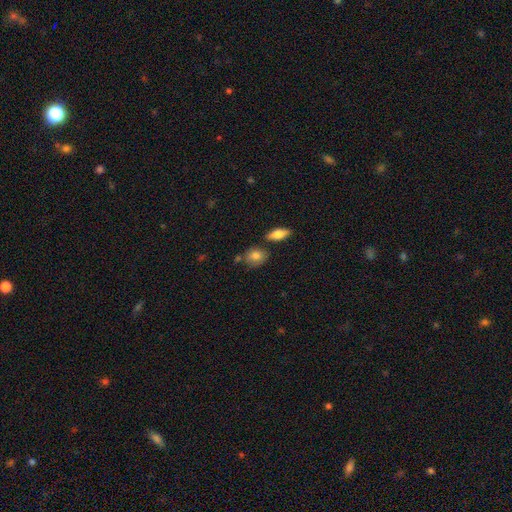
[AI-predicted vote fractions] Q: Smooth or featured?
A: smooth (79%); runner-up: featured or disk (13%)
Q: How rounded?
A: in between (50%); runner-up: round (47%)
Q: Merging?
A: none (67%); runner-up: minor disturbance (18%)